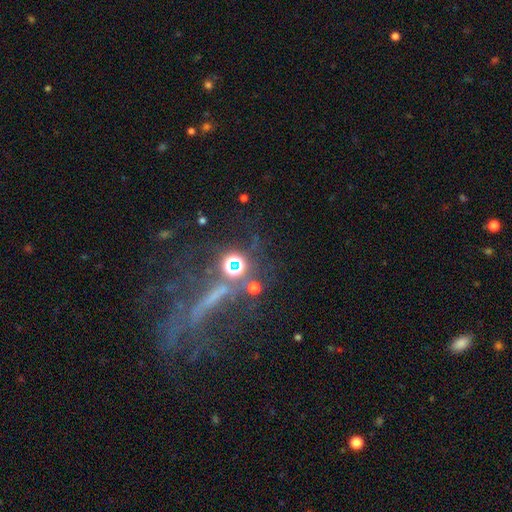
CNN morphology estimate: A star or artifact, not a galaxy (42%).